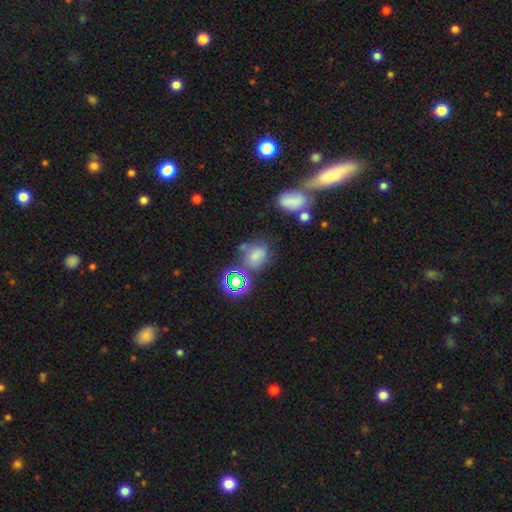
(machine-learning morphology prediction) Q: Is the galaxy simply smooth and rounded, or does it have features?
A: smooth — 61%.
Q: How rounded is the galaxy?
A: in between — 62%.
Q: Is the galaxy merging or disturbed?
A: none — 47%.